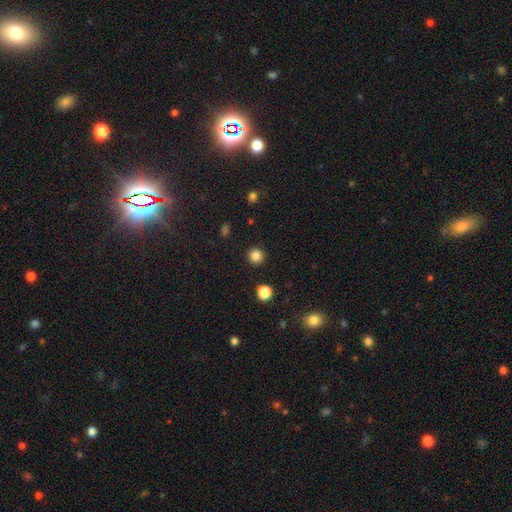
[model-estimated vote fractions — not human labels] Q: Smooth or featured?
A: smooth (84%); runner-up: star or artifact (12%)
Q: How rounded?
A: round (95%); runner-up: in between (4%)
Q: Merging?
A: none (93%); runner-up: minor disturbance (4%)